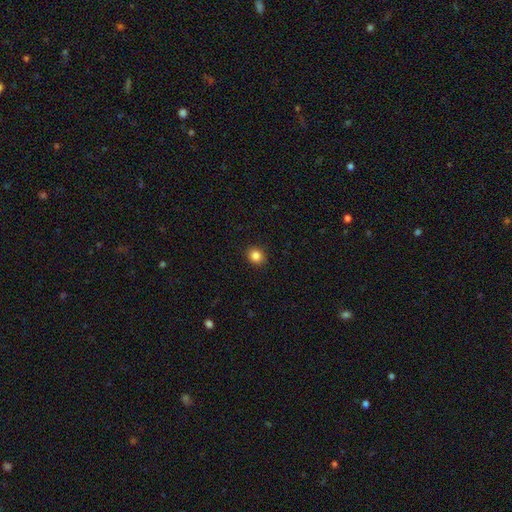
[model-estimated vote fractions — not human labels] This appears to be a smooth galaxy with no disk features (85%) that is round (78%). Merging: none (91%).